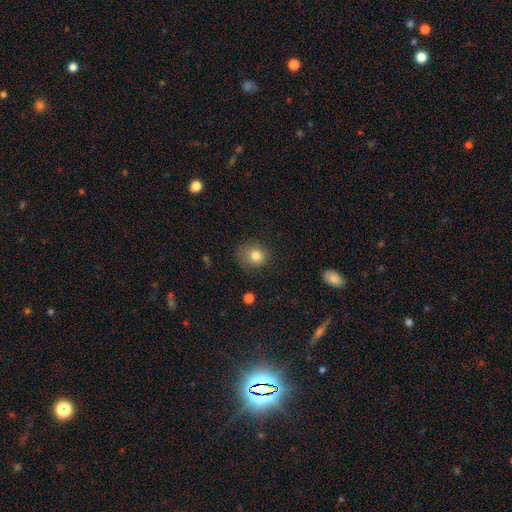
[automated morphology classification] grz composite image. It shows a smooth galaxy with no disk features (81%) that is round (75%). Merging: none (70%).